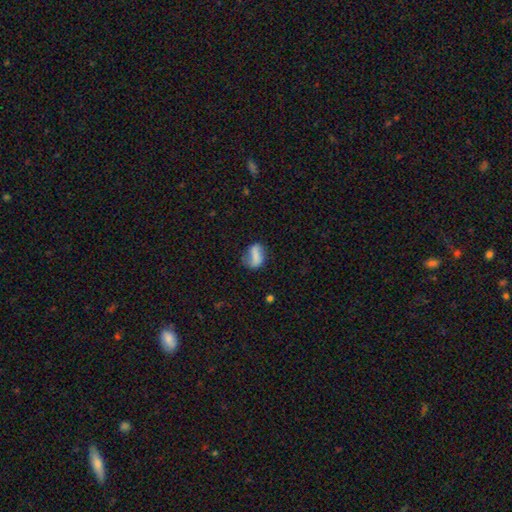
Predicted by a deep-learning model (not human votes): Smooth or featured? Predicted: smooth (p=0.65). How rounded? Predicted: in between (p=0.76). Merging? Predicted: none (p=0.52).